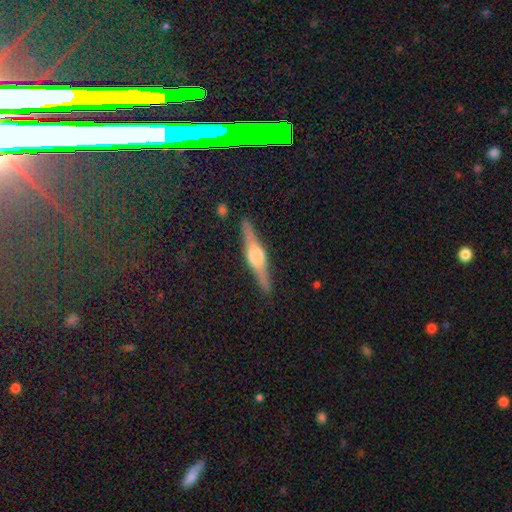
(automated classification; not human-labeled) Smooth or featured? Predicted: featured or disk (p=0.81). Edge-on disk? Predicted: yes (p=0.98). Edge-on bulge? Predicted: rounded (p=0.83). Merging? Predicted: none (p=0.90).